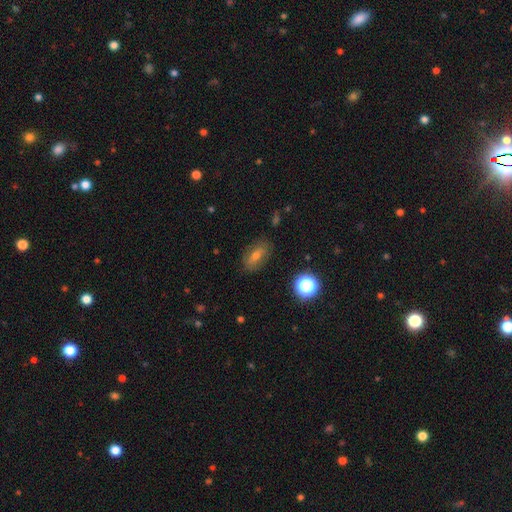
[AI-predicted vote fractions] smooth 52%, featured or disk 29%, star or artifact 18%. Down the decision tree: how rounded — in between (79%); merging — none (82%).